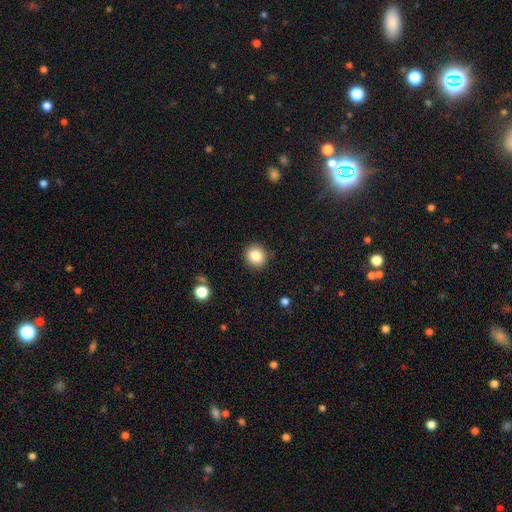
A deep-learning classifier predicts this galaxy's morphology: A smooth galaxy with no disk features (85%) that is round (89%).

Vote fractions:
- Smooth or featured? smooth: 85% / star or artifact: 10% / featured or disk: 6%
- How rounded? round: 89% / in between: 10% / cigar-shaped: 1%
- Merging? none: 91% / minor disturbance: 6% / major disturbance: 2% / merger: 1%